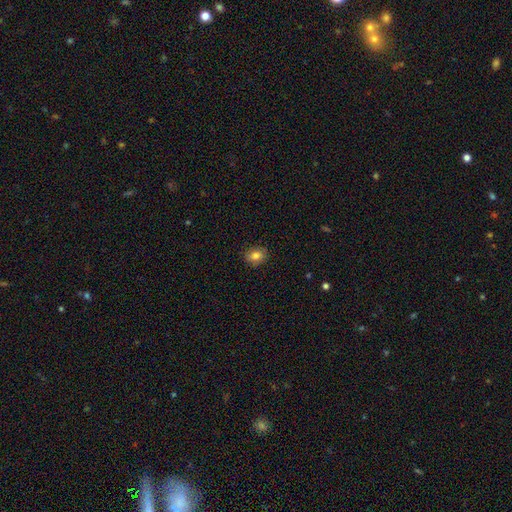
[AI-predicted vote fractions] Smooth or featured?
  - smooth: 82% *
  - star or artifact: 10%
  - featured or disk: 9%
How rounded?
  - in between: 58% *
  - round: 41%
  - cigar-shaped: 1%
Merging?
  - none: 84% *
  - minor disturbance: 12%
  - major disturbance: 2%
  - merger: 1%